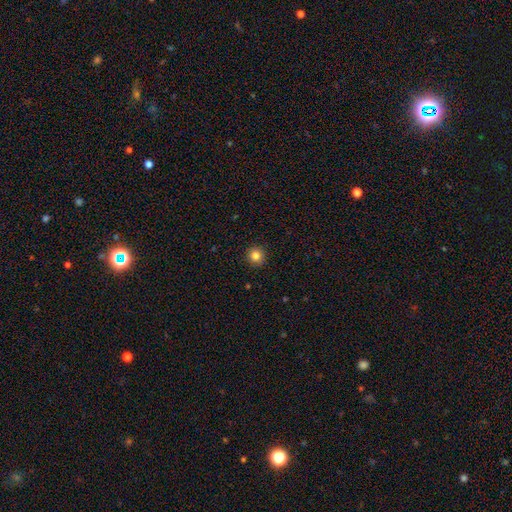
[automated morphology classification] The model was most divided on "smooth or featured": smooth: 84%, star or artifact: 11%, featured or disk: 5%. More confident: how rounded — round (93%); merging — none (92%).